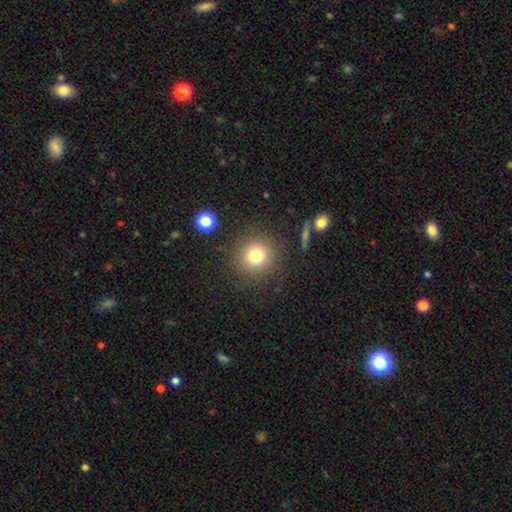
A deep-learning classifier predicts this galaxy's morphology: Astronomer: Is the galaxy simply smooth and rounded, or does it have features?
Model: smooth — 78%.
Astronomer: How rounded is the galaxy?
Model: round — 92%.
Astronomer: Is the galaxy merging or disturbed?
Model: none — 87%.